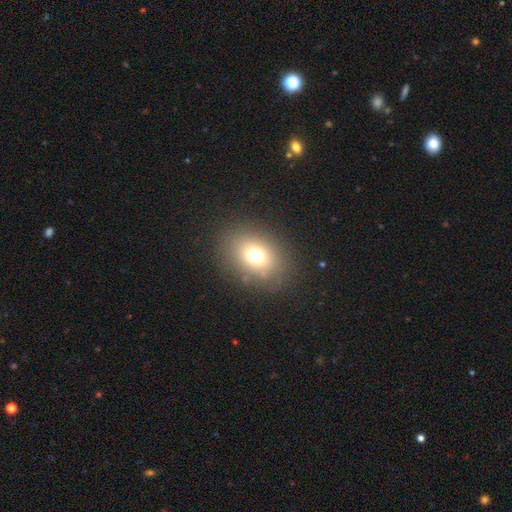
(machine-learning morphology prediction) The model was most divided on "how rounded": in between: 55%, round: 44%, cigar-shaped: 1%. More confident: merging — none (83%); smooth or featured — smooth (68%).